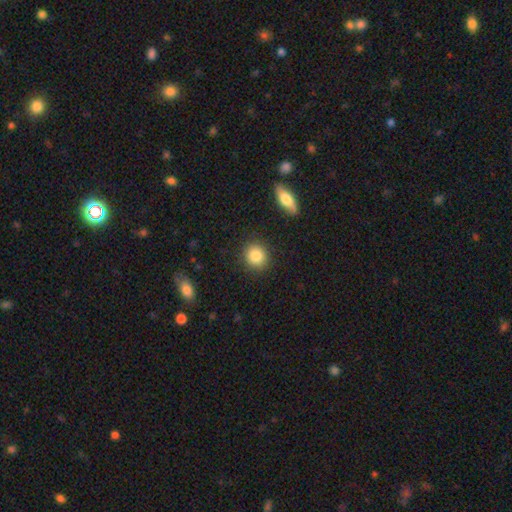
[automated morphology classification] Smooth or featured?
  - smooth: 86% *
  - star or artifact: 8%
  - featured or disk: 6%
How rounded?
  - round: 83% *
  - in between: 16%
  - cigar-shaped: 1%
Merging?
  - none: 89% *
  - minor disturbance: 7%
  - major disturbance: 2%
  - merger: 2%